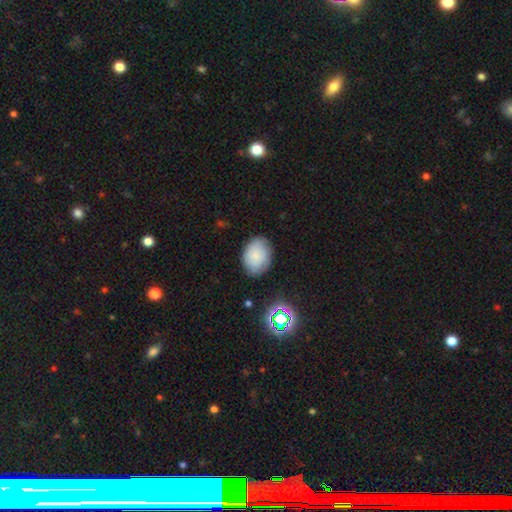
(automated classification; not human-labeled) Smooth or featured? Predicted: smooth (p=0.81). How rounded? Predicted: in between (p=0.74). Merging? Predicted: none (p=0.78).